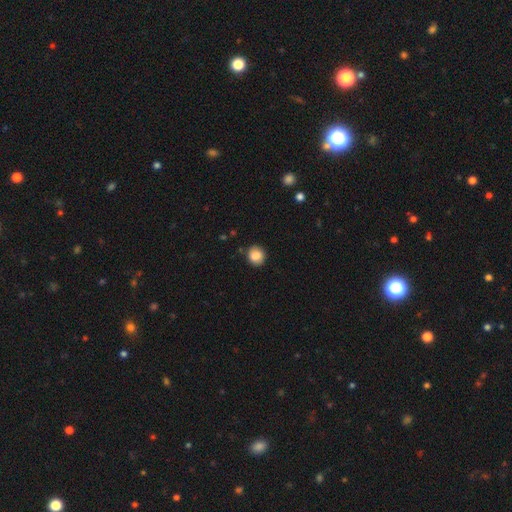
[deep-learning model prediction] Smooth or featured? Predicted: smooth (p=0.85). How rounded? Predicted: round (p=0.81). Merging? Predicted: none (p=0.86).